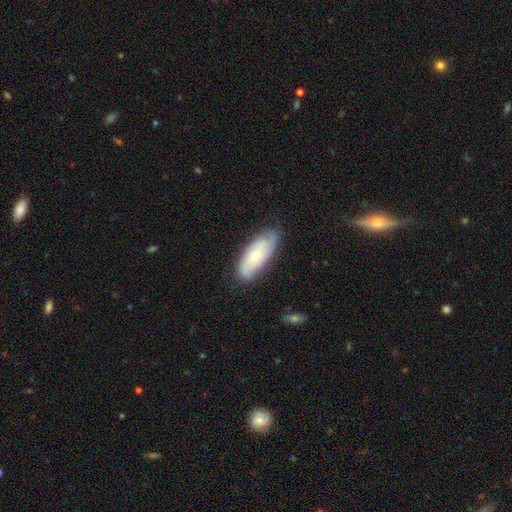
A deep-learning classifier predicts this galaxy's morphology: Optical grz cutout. It shows a smooth galaxy with no disk features (48%). Merging: none (76%).